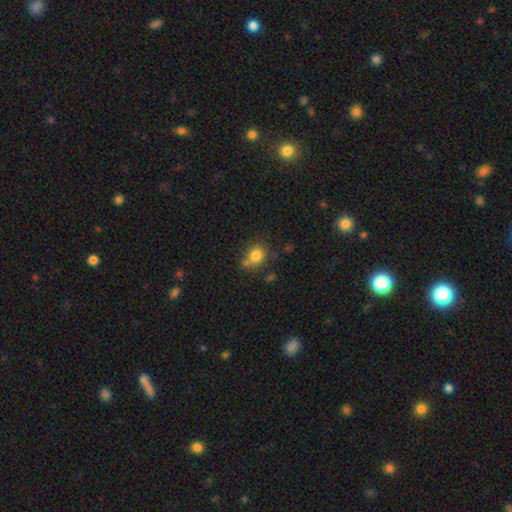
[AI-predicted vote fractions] This appears to be a smooth galaxy with no disk features (81%) that is round (64%). Merging: none (67%).